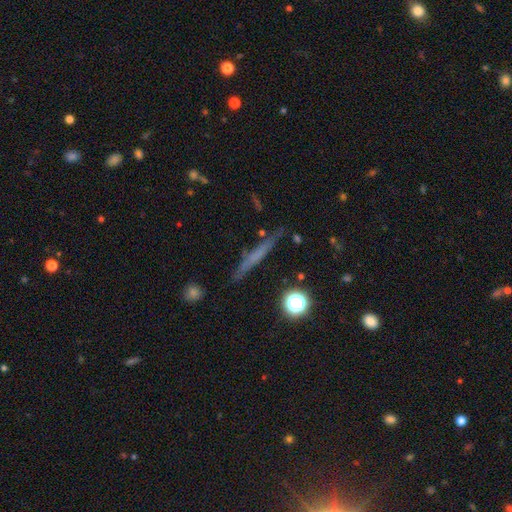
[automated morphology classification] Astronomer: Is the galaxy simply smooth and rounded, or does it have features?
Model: featured or disk — 46% (runner-up: smooth, 43%).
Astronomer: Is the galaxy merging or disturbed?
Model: none — 85%.